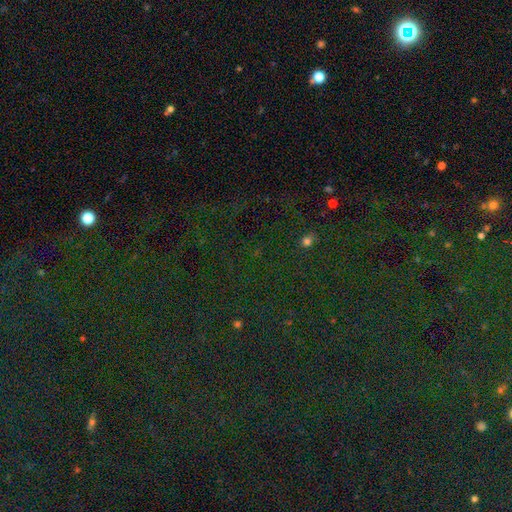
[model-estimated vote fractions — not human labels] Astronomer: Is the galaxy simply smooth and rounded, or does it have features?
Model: star or artifact — 83%.